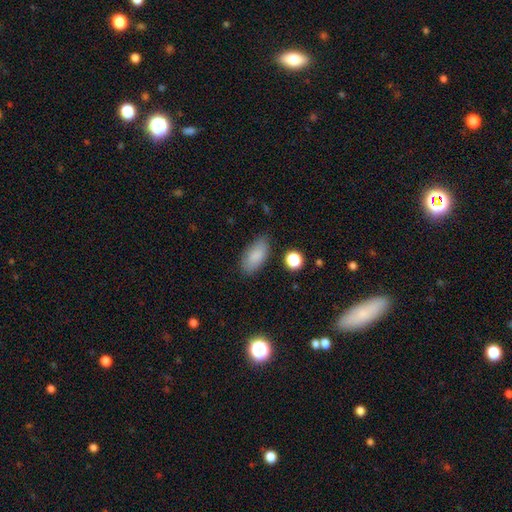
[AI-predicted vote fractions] Overall: smooth (85%). How rounded: in between (89%). Merging: none (81%).